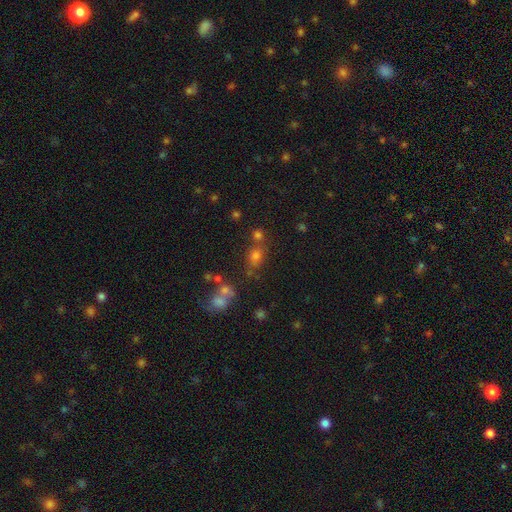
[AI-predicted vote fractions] Overall: smooth (66%). How rounded: round (62%; in between 37%). Merging: none (61%).